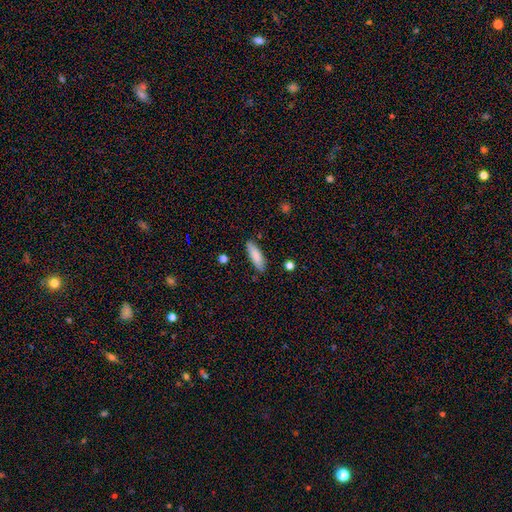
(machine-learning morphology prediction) Smooth or featured: smooth — 85% (featured or disk — 9%)
How rounded: cigar-shaped — 50% (in between — 49%)
Merging: none — 83% (minor disturbance — 13%)